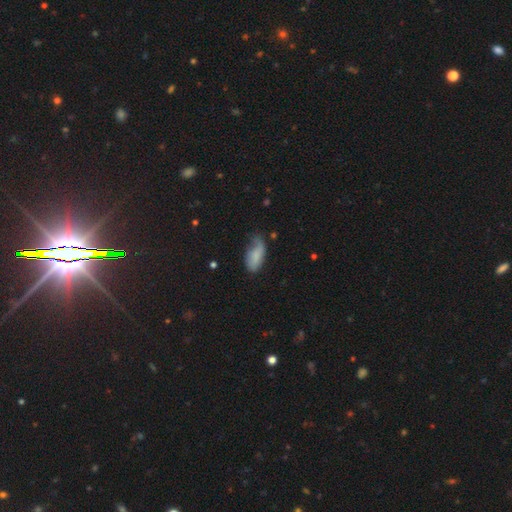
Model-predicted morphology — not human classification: A smooth galaxy with no disk features (75%) that is in between round and cigar-shaped (89%).

Vote fractions:
- Smooth or featured? smooth: 75% / featured or disk: 17% / star or artifact: 7%
- How rounded? in between: 89% / cigar-shaped: 9% / round: 2%
- Merging? minor disturbance: 40% / none: 39% / major disturbance: 17% / merger: 3%